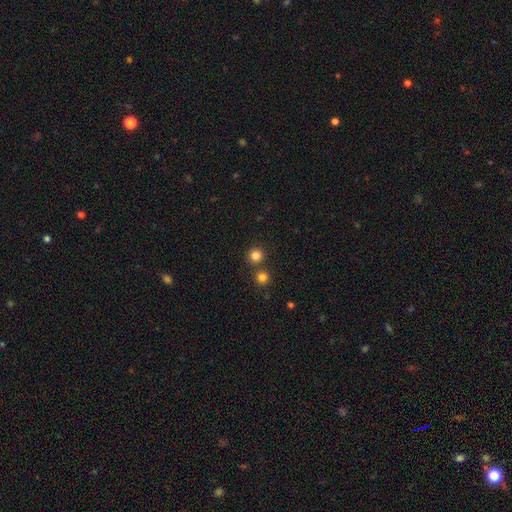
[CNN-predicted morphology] smooth-or-featured: smooth: 83% | star or artifact: 13% | featured or disk: 4%
  how-rounded: round: 94% | in between: 5% | cigar-shaped: 1%
  merging: none: 77% | merger: 15% | minor disturbance: 6% | major disturbance: 2%